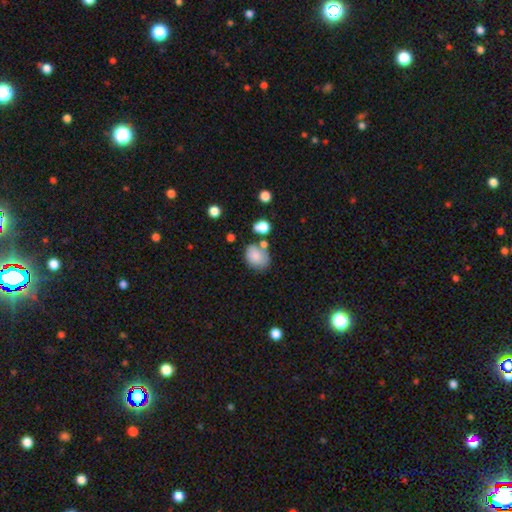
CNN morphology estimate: This is clearly a smooth galaxy (81%). How rounded: possibly in between (58%). Merging: possibly none (56%).